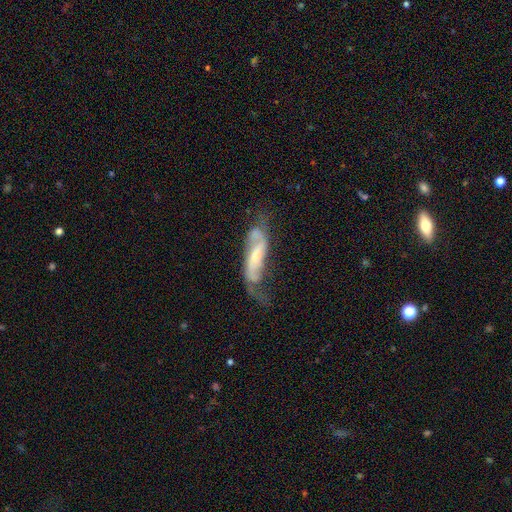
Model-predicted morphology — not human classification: featured or disk 76%, smooth 18%, star or artifact 6%. Down the decision tree: edge-on disk — no (83%); bar — weak (40%); spiral arms — yes (89%); spiral arm count — 2 (79%); spiral winding — loose (44%); bulge size — moderate (43%); merging — none (41%).